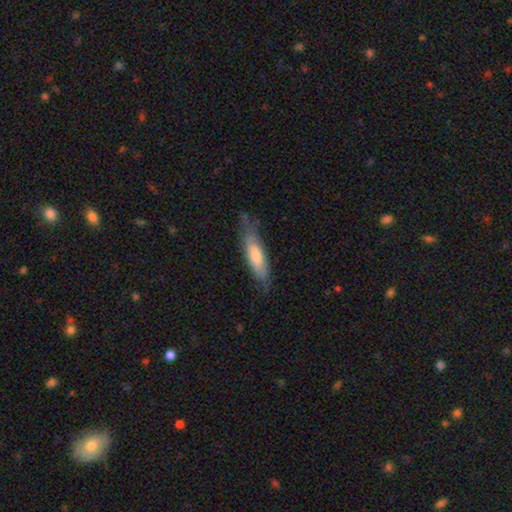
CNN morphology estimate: Q: Smooth or featured?
A: smooth (54%); runner-up: featured or disk (39%)
Q: How rounded?
A: cigar-shaped (74%); runner-up: in between (25%)
Q: Merging?
A: none (69%); runner-up: minor disturbance (23%)